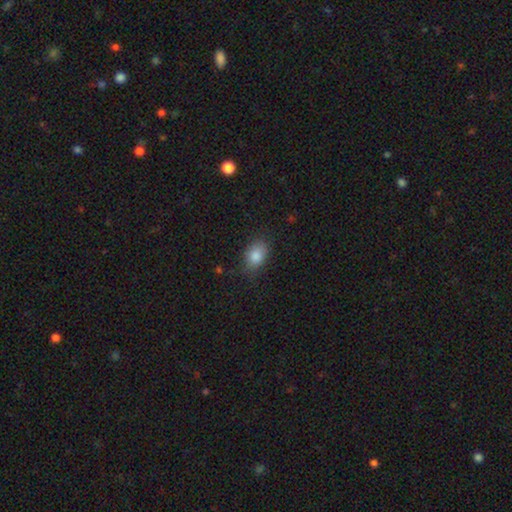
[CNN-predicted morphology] A smooth galaxy with no disk features (85%) that is in between round and cigar-shaped (79%).

Vote fractions:
- Smooth or featured? smooth: 85% / star or artifact: 9% / featured or disk: 6%
- How rounded? in between: 79% / round: 20% / cigar-shaped: 1%
- Merging? none: 78% / minor disturbance: 17% / major disturbance: 4% / merger: 1%